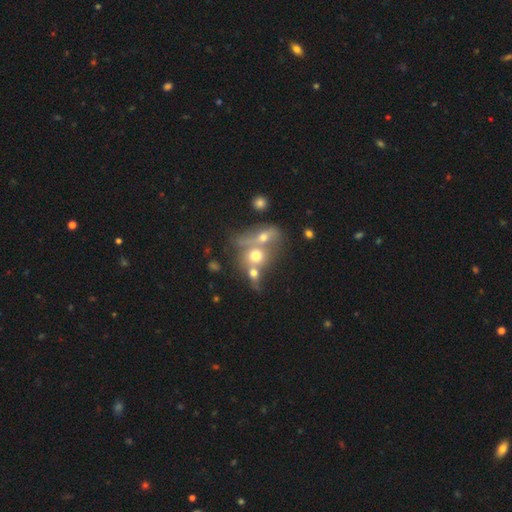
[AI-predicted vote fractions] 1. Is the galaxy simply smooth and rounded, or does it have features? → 62% smooth, 24% featured or disk, 14% star or artifact.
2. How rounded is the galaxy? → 65% round, 33% in between, 2% cigar-shaped.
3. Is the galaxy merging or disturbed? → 64% merger, 22% none, 7% major disturbance, 7% minor disturbance.